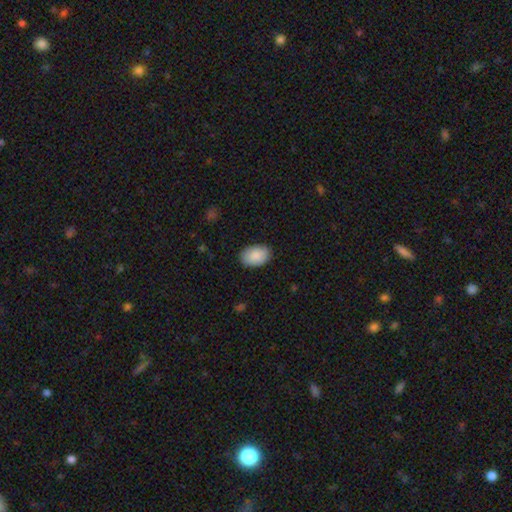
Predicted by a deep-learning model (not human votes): smooth_or_featured: smooth (p=0.89) [alt: star or artifact p=0.06]
how_rounded: in between (p=0.88) [alt: round p=0.11]
merging: none (p=0.86) [alt: minor disturbance p=0.11]